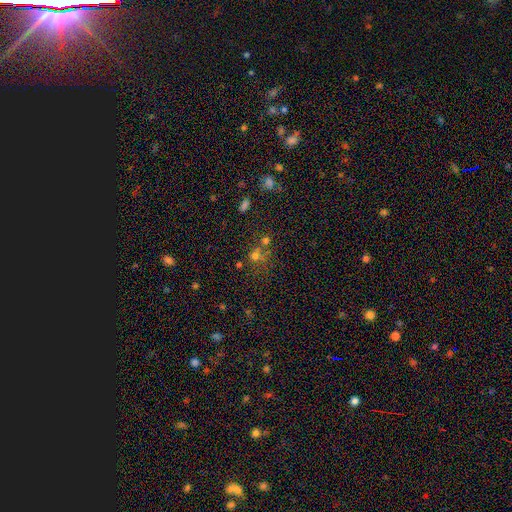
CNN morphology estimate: Overall: smooth (59%; star or artifact 27%). How rounded: round (80%). Merging: none (47%; merger 36%).